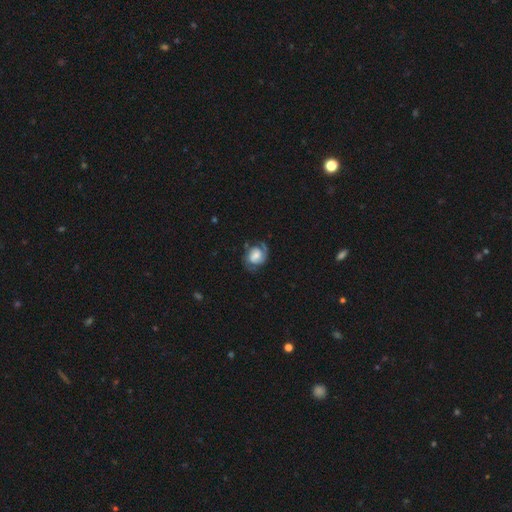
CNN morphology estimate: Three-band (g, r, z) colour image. It shows a featured or disk galaxy (67%) with no bar (52%), 2 (65%) tight (43%) spiral arms (91%) and a moderate central bulge (39%). Merging: none (61%).